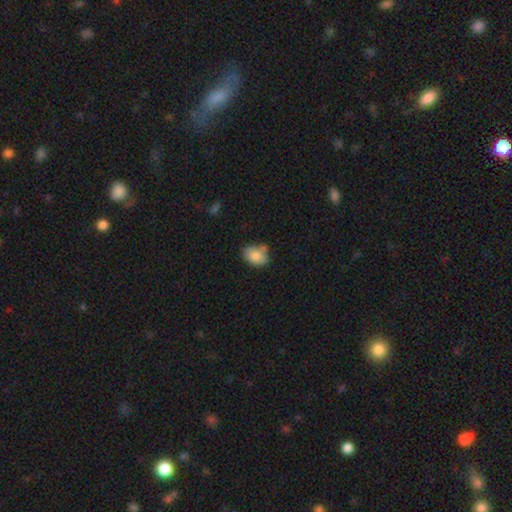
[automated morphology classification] This appears to be a smooth galaxy with no disk features (82%) that is in between round and cigar-shaped (78%). Merging: none (66%).